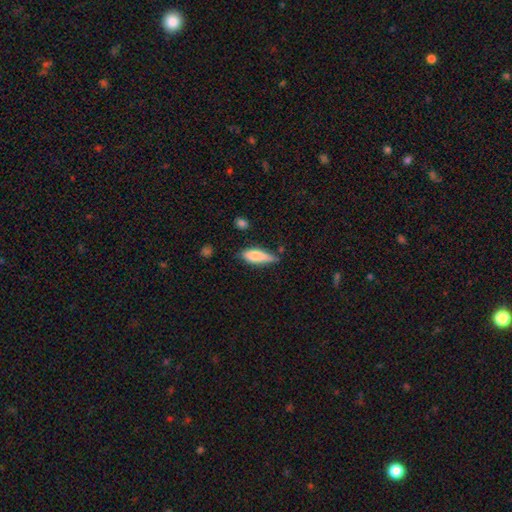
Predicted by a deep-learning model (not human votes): Overall: smooth (77%). How rounded: in between (59%; cigar-shaped 39%). Merging: none (54%; minor disturbance 34%).